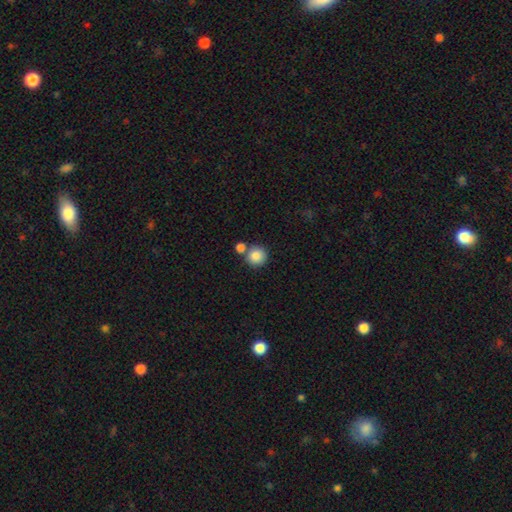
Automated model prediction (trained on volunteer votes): This is clearly a smooth galaxy (86%). How rounded: clearly round (92%). Merging: likely none (65%).